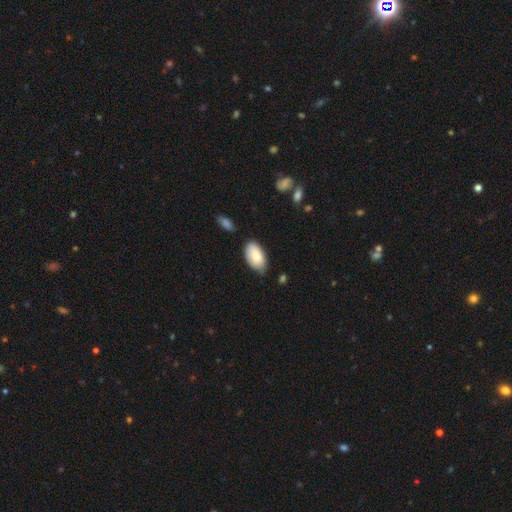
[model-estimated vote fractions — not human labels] Smooth or featured? smooth (84%)
How rounded? in between (95%)
Merging? none (66%)